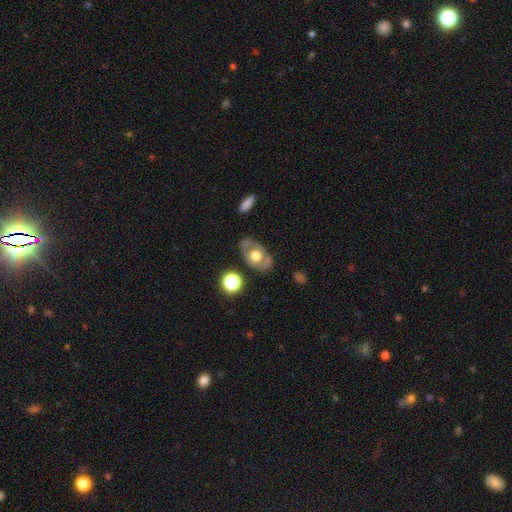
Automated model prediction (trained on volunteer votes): This is possibly a featured or disk galaxy (50%). Merging: likely none (74%).